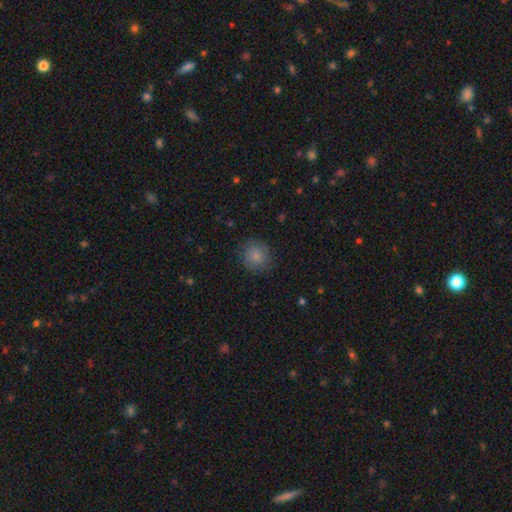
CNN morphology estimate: Q: Smooth or featured?
A: smooth (82%); runner-up: featured or disk (10%)
Q: How rounded?
A: round (87%); runner-up: in between (12%)
Q: Merging?
A: none (83%); runner-up: minor disturbance (12%)